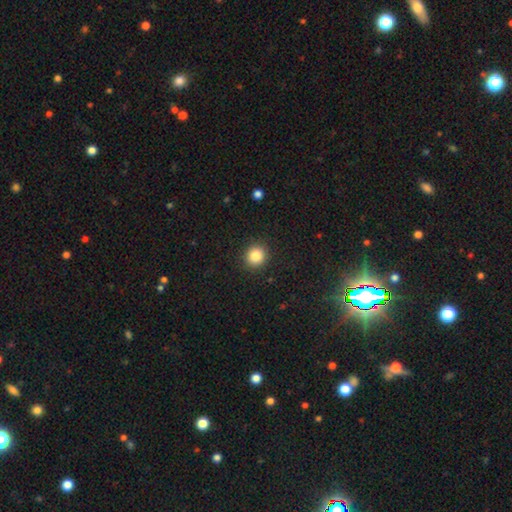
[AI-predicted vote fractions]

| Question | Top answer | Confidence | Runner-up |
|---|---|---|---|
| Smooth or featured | smooth | 85% | star or artifact (10%) |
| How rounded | round | 88% | in between (11%) |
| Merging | none | 91% | minor disturbance (6%) |